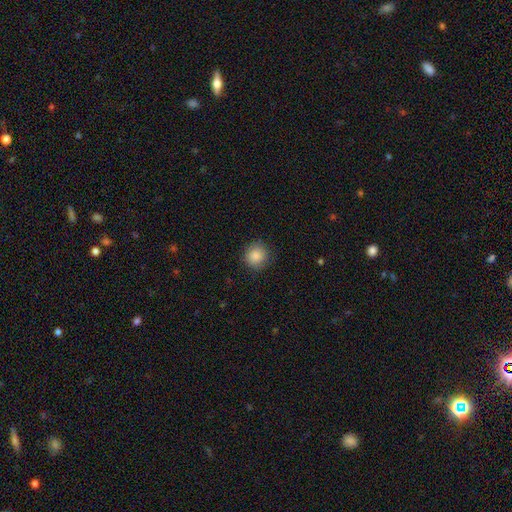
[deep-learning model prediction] Q: Smooth or featured?
A: smooth (86%); runner-up: star or artifact (9%)
Q: How rounded?
A: round (91%); runner-up: in between (8%)
Q: Merging?
A: none (88%); runner-up: minor disturbance (9%)